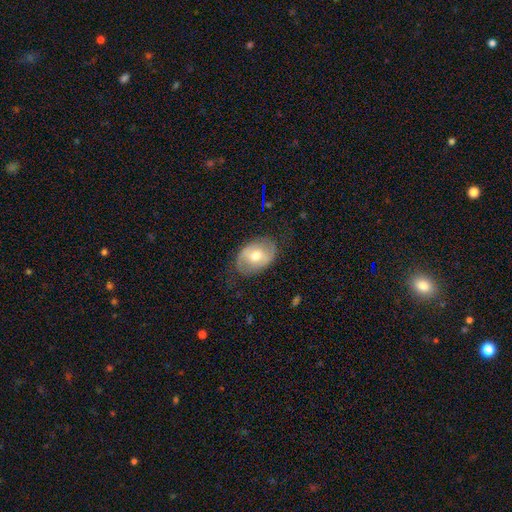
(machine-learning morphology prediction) Smooth or featured: featured or disk — 52% (smooth — 42%)
Edge-on disk: no — 94% (yes — 6%)
Merging: none — 72% (minor disturbance — 19%)